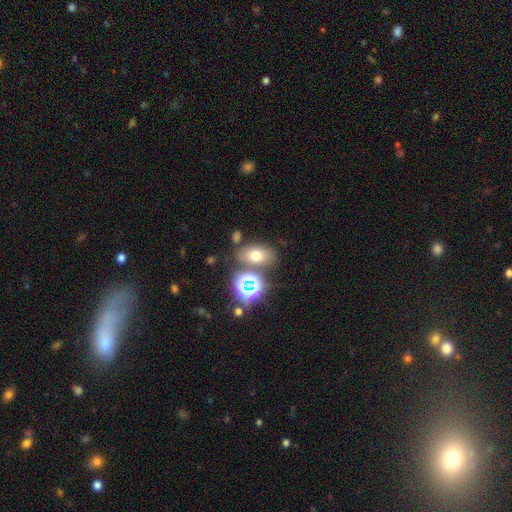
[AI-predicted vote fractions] Morphology: type=smooth (63%); roundness=in between (75%); merging=none (70%).